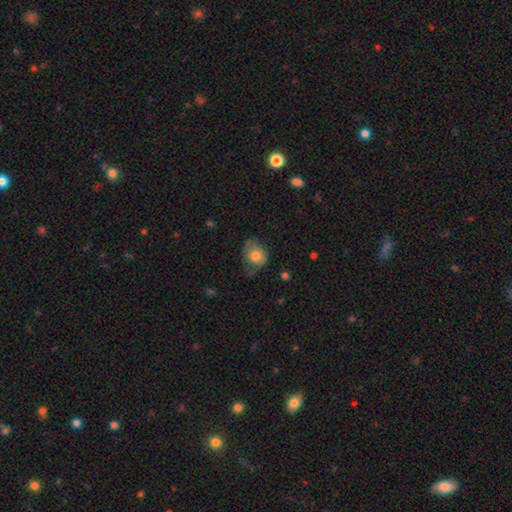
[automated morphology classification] A smooth galaxy with no disk features (57%) that is round (51%). Merging: none (49%).